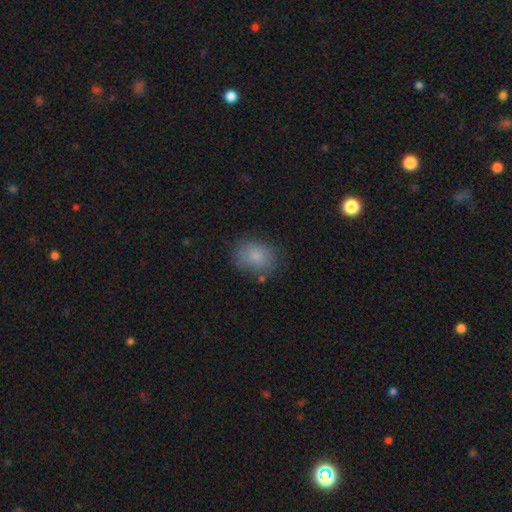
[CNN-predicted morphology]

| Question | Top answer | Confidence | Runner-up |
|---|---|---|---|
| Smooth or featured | smooth | 81% | featured or disk (10%) |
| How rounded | in between | 57% | round (42%) |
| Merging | none | 72% | minor disturbance (19%) |